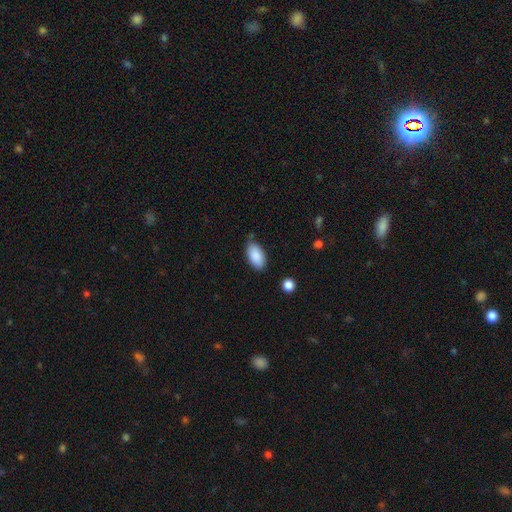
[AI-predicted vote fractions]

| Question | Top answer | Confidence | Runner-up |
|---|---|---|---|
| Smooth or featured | smooth | 88% | star or artifact (6%) |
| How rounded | in between | 94% | cigar-shaped (3%) |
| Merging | none | 78% | minor disturbance (16%) |